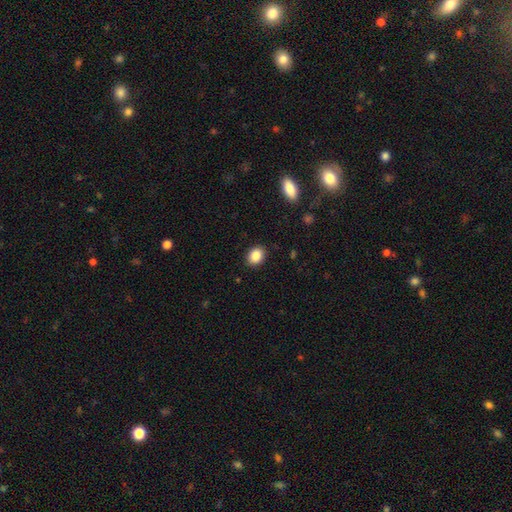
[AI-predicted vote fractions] Smooth or featured?
  - smooth: 86% *
  - star or artifact: 9%
  - featured or disk: 5%
How rounded?
  - in between: 55% *
  - round: 44%
  - cigar-shaped: 1%
Merging?
  - none: 89% *
  - minor disturbance: 8%
  - major disturbance: 2%
  - merger: 1%